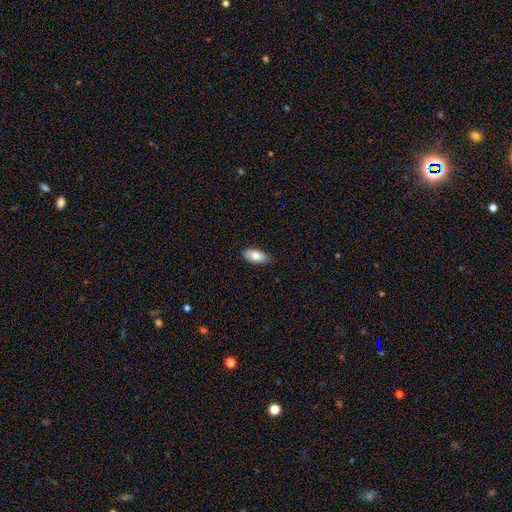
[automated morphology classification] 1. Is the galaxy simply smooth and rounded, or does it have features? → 82% smooth, 12% featured or disk, 6% star or artifact.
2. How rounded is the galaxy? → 93% in between, 5% cigar-shaped, 3% round.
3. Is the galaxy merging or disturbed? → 83% none, 14% minor disturbance, 2% major disturbance, 1% merger.